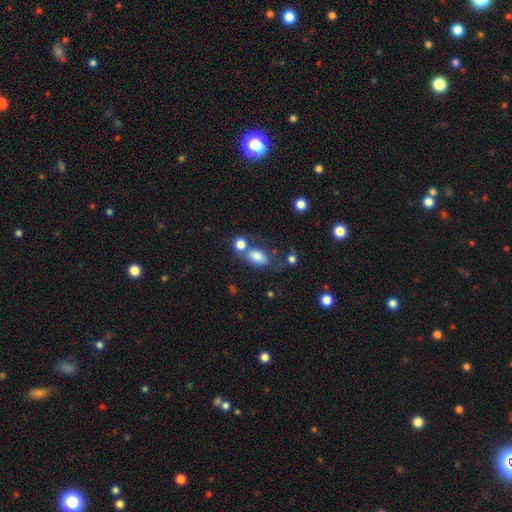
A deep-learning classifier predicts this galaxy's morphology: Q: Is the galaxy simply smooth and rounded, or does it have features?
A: smooth — 80%.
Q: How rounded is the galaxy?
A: in between — 83%.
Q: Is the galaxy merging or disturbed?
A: none — 42%.